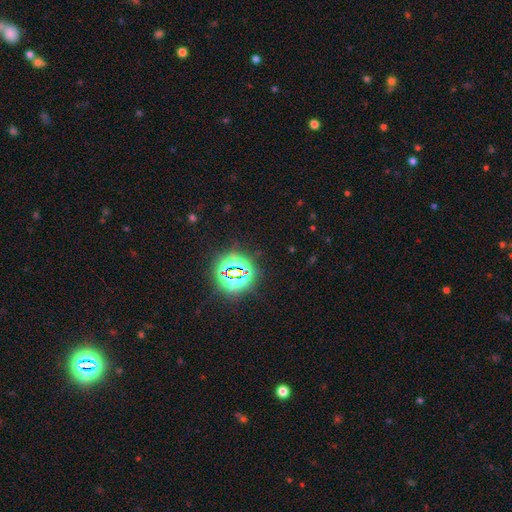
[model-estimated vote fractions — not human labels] Q: Smooth or featured?
A: star or artifact (82%); runner-up: smooth (12%)